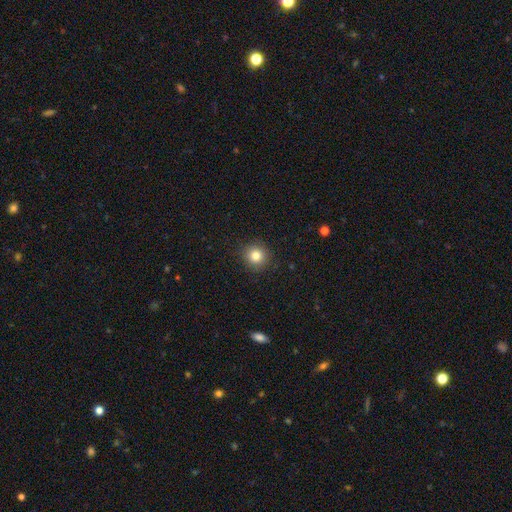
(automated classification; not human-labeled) Smooth or featured? Predicted: smooth (p=0.82). How rounded? Predicted: round (p=0.92). Merging? Predicted: none (p=0.91).